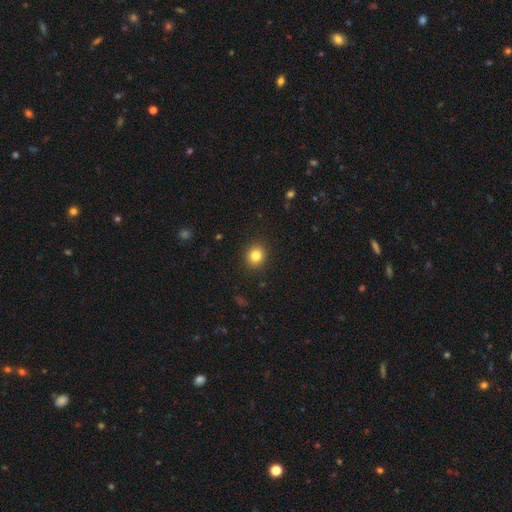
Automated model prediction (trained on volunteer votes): Smooth or featured?
  - smooth: 83% *
  - star or artifact: 11%
  - featured or disk: 6%
How rounded?
  - round: 80% *
  - in between: 19%
  - cigar-shaped: 1%
Merging?
  - none: 91% *
  - minor disturbance: 6%
  - major disturbance: 2%
  - merger: 1%